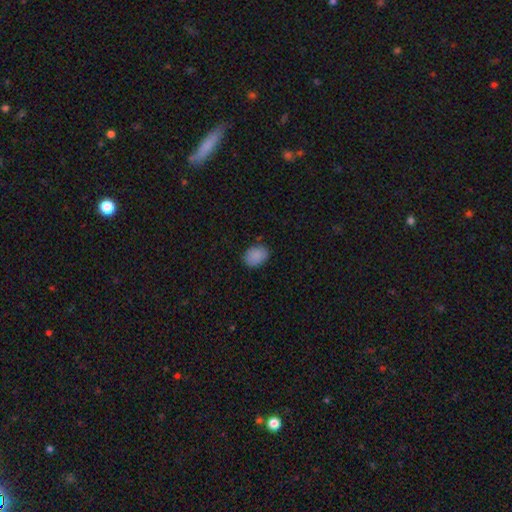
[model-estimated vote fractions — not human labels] Smooth or featured?
  - smooth: 88% *
  - star or artifact: 8%
  - featured or disk: 4%
How rounded?
  - in between: 68% *
  - round: 31%
  - cigar-shaped: 1%
Merging?
  - none: 82% *
  - minor disturbance: 14%
  - major disturbance: 3%
  - merger: 1%